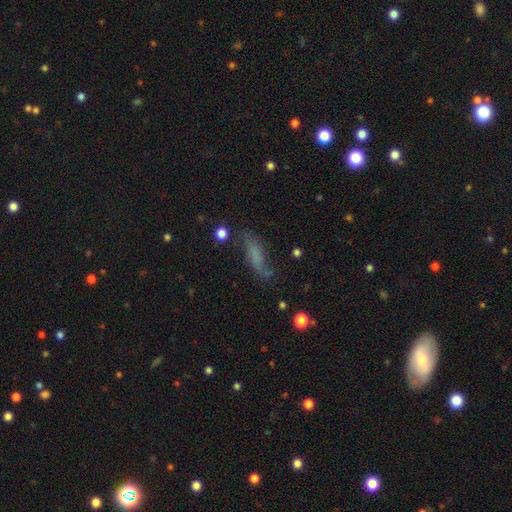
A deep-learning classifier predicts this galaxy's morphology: Smooth or featured? smooth (52%)
How rounded? cigar-shaped (54%)
Merging? none (58%)